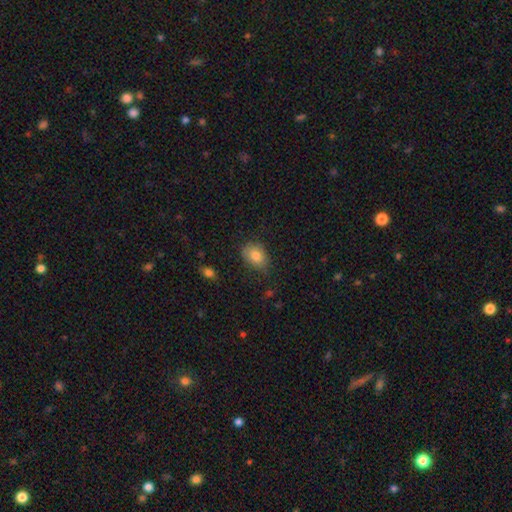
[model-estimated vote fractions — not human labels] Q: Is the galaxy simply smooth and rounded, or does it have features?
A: smooth — 82%.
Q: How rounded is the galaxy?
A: in between — 71%.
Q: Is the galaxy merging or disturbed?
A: none — 73%.